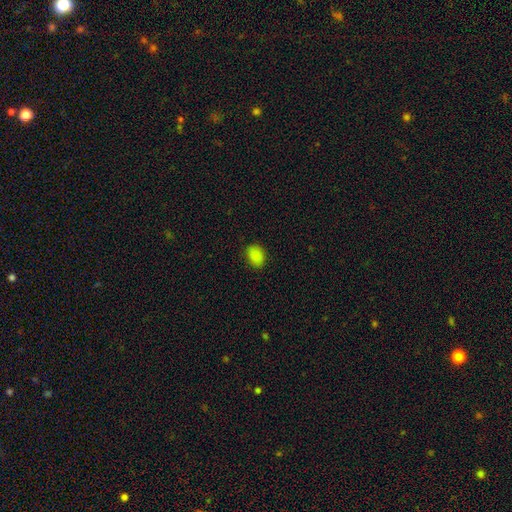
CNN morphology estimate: Q: Smooth or featured?
A: smooth (86%); runner-up: star or artifact (10%)
Q: How rounded?
A: in between (72%); runner-up: round (27%)
Q: Merging?
A: none (86%); runner-up: minor disturbance (11%)